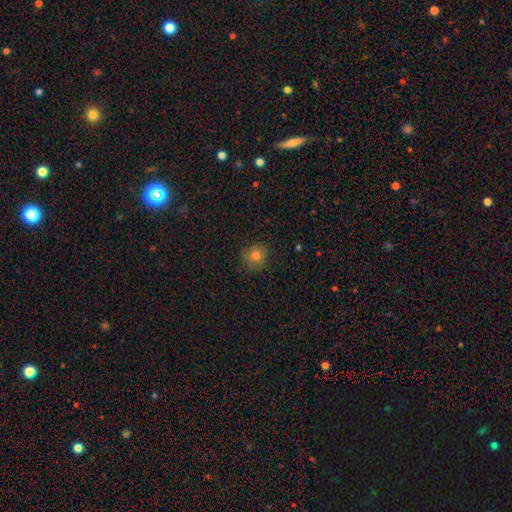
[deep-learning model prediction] This appears to be a smooth galaxy with no disk features (77%) that is round (89%). Merging: none (84%).